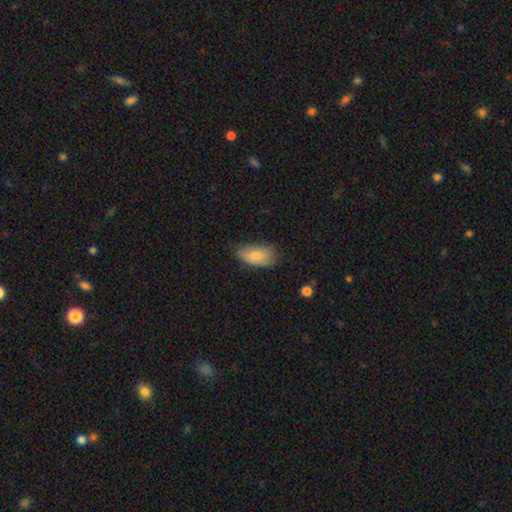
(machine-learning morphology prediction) The model was most divided on "merging": none: 63%, minor disturbance: 30%, major disturbance: 6%, merger: 1%. More confident: how rounded — in between (93%); smooth or featured — smooth (77%).